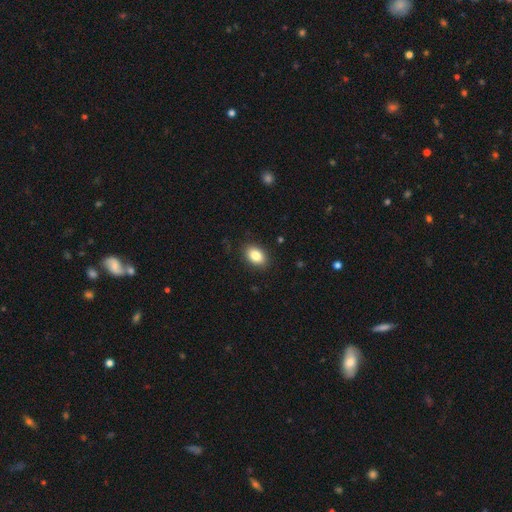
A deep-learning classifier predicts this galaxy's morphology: Smooth or featured?
  - smooth: 85% *
  - star or artifact: 8%
  - featured or disk: 7%
How rounded?
  - in between: 85% *
  - round: 13%
  - cigar-shaped: 1%
Merging?
  - none: 88% *
  - minor disturbance: 8%
  - major disturbance: 2%
  - merger: 1%